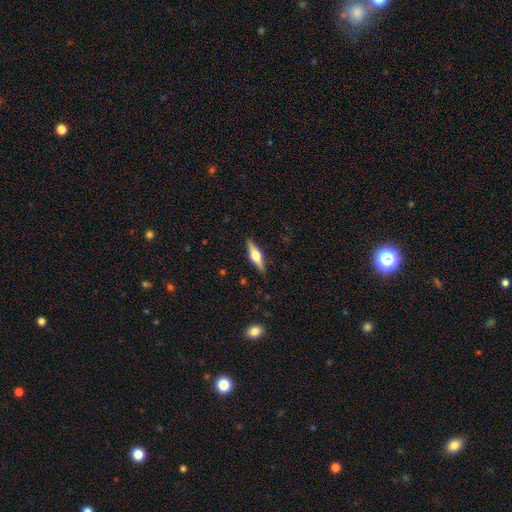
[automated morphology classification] featured or disk 65%, smooth 30%, star or artifact 6%. Down the decision tree: edge-on disk — yes (97%); edge-on bulge — rounded (93%); merging — none (89%).